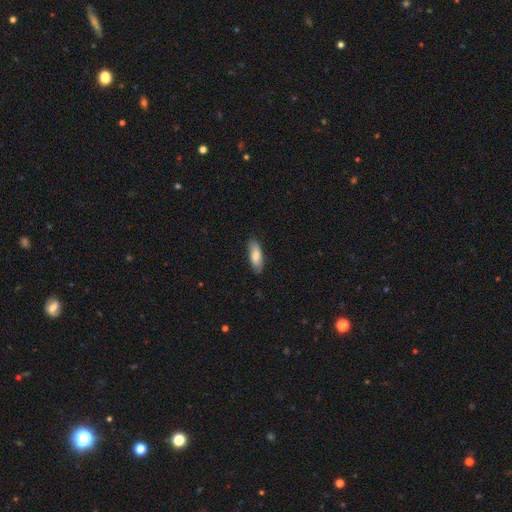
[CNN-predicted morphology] type=smooth (77%); roundness=in between (69%); merging=none (81%).